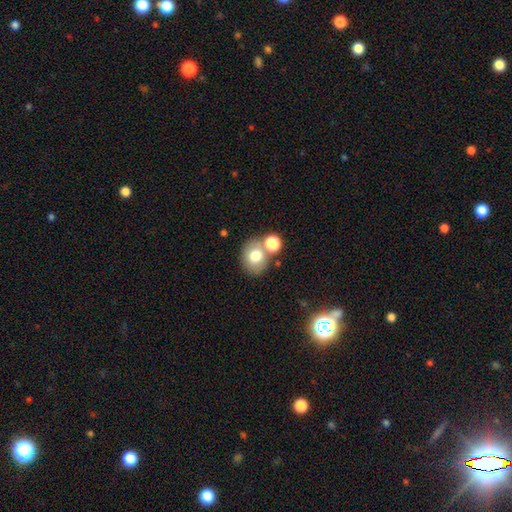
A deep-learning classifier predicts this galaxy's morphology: A smooth galaxy with no disk features (74%) that is round (55%).

Vote fractions:
- Smooth or featured? smooth: 74% / featured or disk: 16% / star or artifact: 10%
- How rounded? round: 55% / in between: 44% / cigar-shaped: 1%
- Merging? none: 59% / merger: 25% / minor disturbance: 12% / major disturbance: 4%